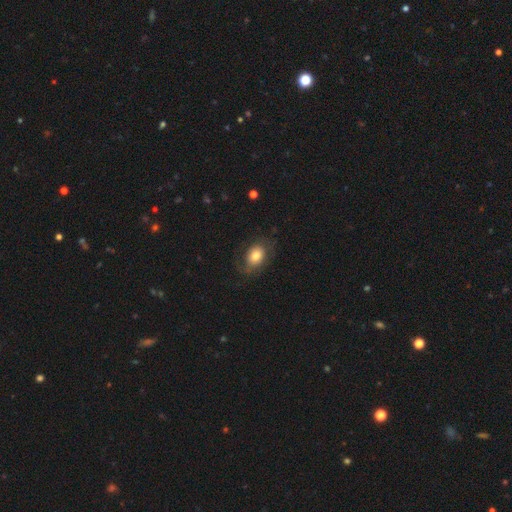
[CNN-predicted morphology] Smooth or featured? smooth (65%)
How rounded? in between (70%)
Merging? none (65%)